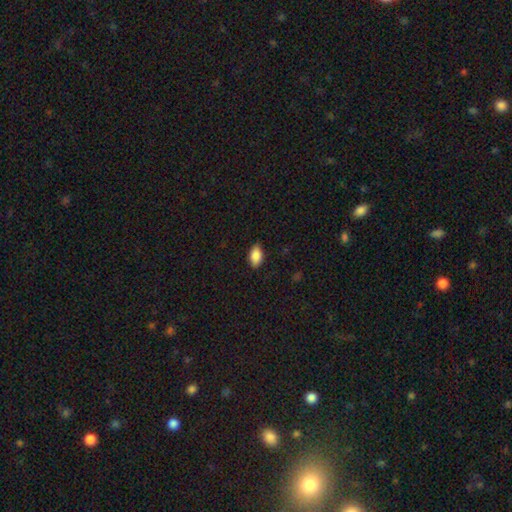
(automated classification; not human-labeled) A smooth galaxy with no disk features (88%) that is in between round and cigar-shaped (92%). Merging: none (86%).